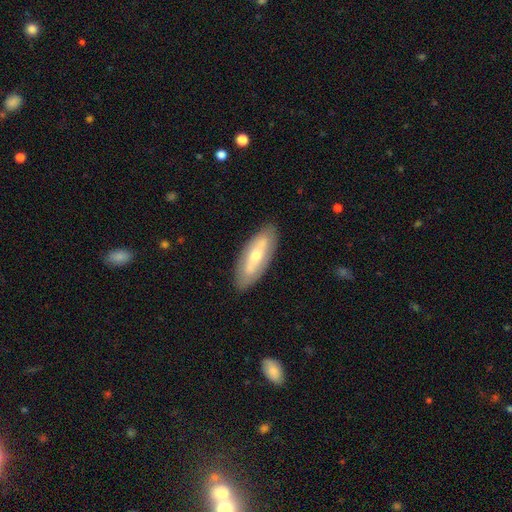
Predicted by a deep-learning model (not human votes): A featured or disk galaxy (53%).

Vote fractions:
- Smooth or featured? featured or disk: 53% / smooth: 41% / star or artifact: 6%
- Edge-on disk? no: 75% / yes: 25%
- Merging? none: 85% / minor disturbance: 11% / major disturbance: 3% / merger: 1%